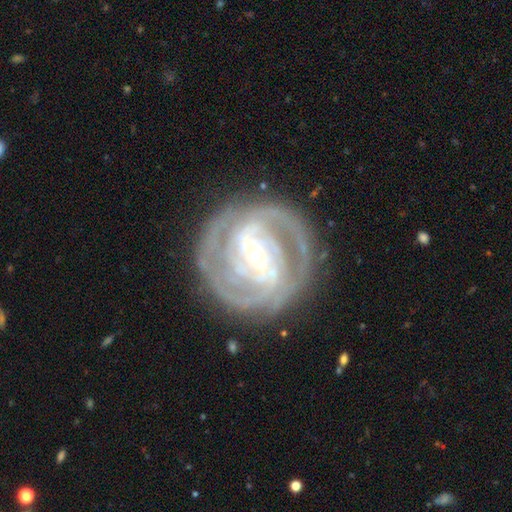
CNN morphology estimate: smooth_or_featured: featured or disk (p=0.89) [alt: smooth p=0.07]
disk_edge_on: no (p=0.97) [alt: yes p=0.03]
bar: weak (p=0.38) [alt: strong p=0.33]
has_spiral_arms: yes (p=0.95) [alt: no p=0.05]
spiral_winding: tight (p=0.68) [alt: medium p=0.27]
spiral_arm_count: 2 (p=0.32) [alt: 3 p=0.24]
bulge_size: small (p=0.69) [alt: moderate p=0.27]
merging: none (p=0.80) [alt: minor disturbance p=0.13]